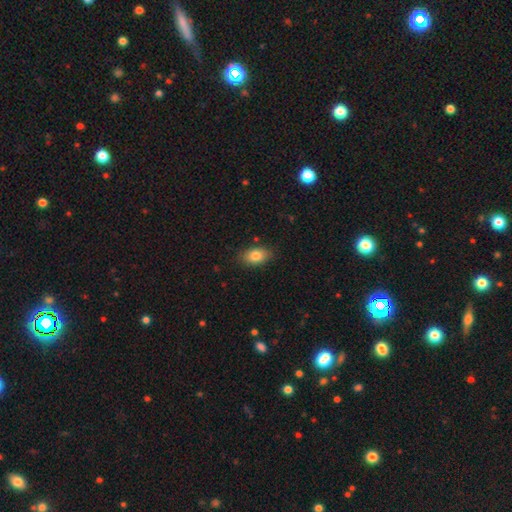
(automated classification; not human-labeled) Q: Smooth or featured?
A: smooth (82%); runner-up: featured or disk (10%)
Q: How rounded?
A: in between (88%); runner-up: round (10%)
Q: Merging?
A: none (84%); runner-up: minor disturbance (12%)